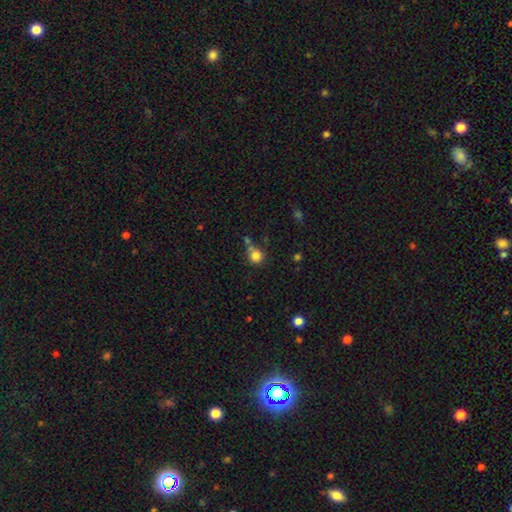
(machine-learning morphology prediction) type=smooth (81%); roundness=round (89%); merging=none (61%).